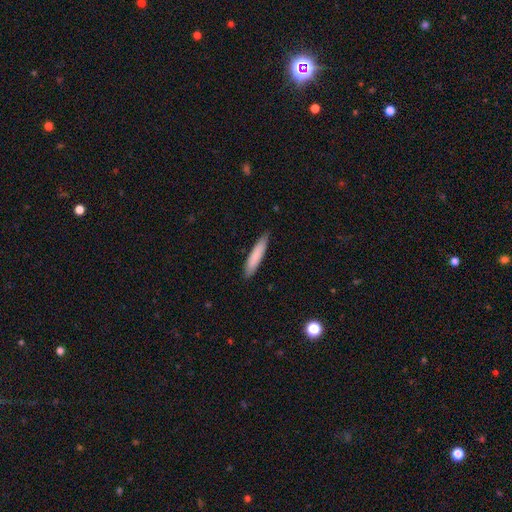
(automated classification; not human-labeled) smooth-or-featured: smooth: 82% | featured or disk: 13% | star or artifact: 6%
  how-rounded: cigar-shaped: 88% | in between: 11% | round: 1%
  merging: none: 86% | minor disturbance: 12% | major disturbance: 2% | merger: 1%